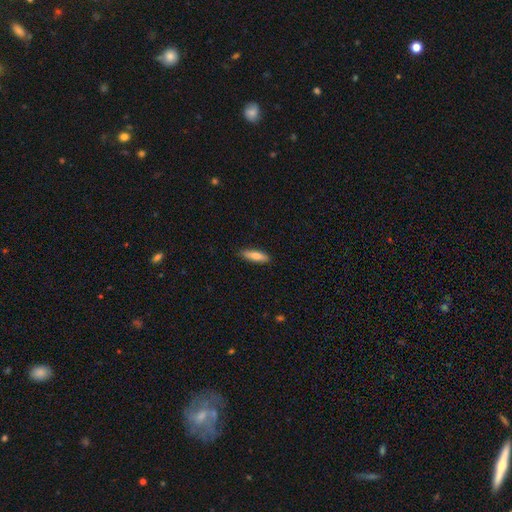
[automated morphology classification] Q: Smooth or featured?
A: smooth (75%); runner-up: featured or disk (19%)
Q: How rounded?
A: cigar-shaped (59%); runner-up: in between (39%)
Q: Merging?
A: none (89%); runner-up: minor disturbance (8%)